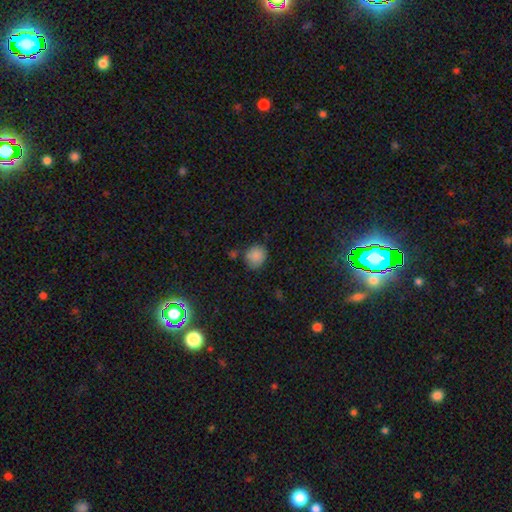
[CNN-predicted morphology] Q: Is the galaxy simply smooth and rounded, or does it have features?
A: smooth — 86%.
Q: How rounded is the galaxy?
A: round — 76%.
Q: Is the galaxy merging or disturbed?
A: none — 71%.